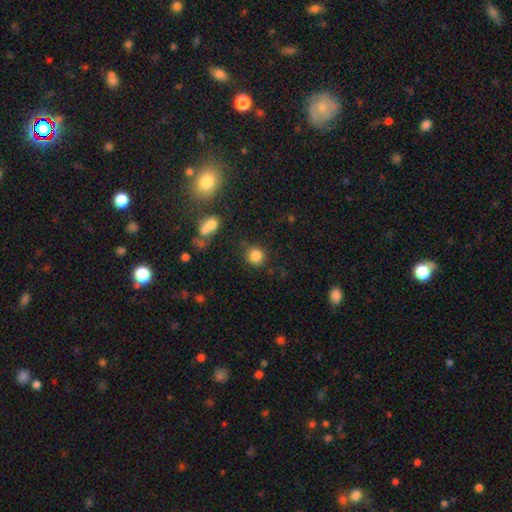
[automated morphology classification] This appears to be a smooth galaxy with no disk features (83%) that is round (89%). Merging: none (81%).